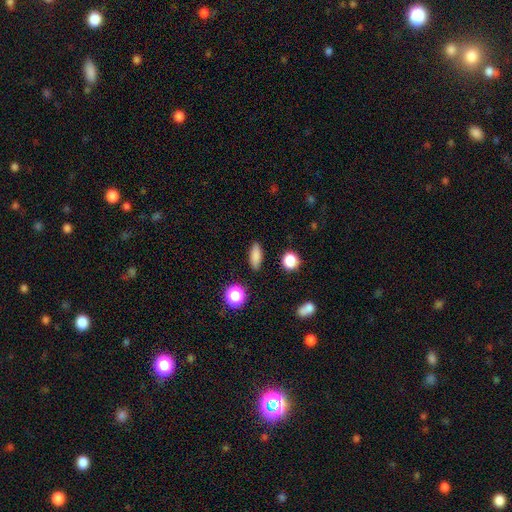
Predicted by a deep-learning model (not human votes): smooth 83%, star or artifact 11%, featured or disk 6%. Down the decision tree: how rounded — in between (67%); merging — none (87%).